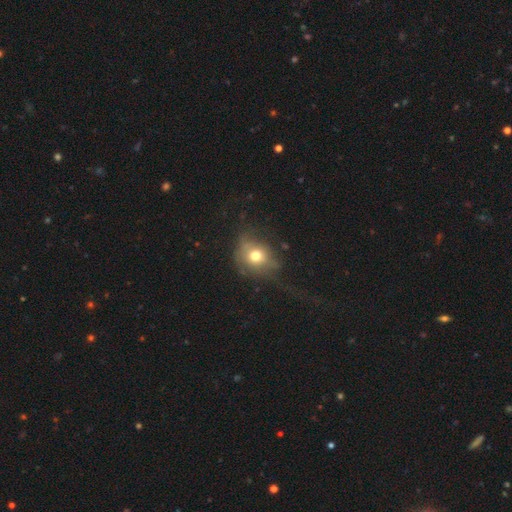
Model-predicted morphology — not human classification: Smooth or featured? Predicted: smooth (p=0.67). How rounded? Predicted: round (p=0.72). Merging? Predicted: none (p=0.49).